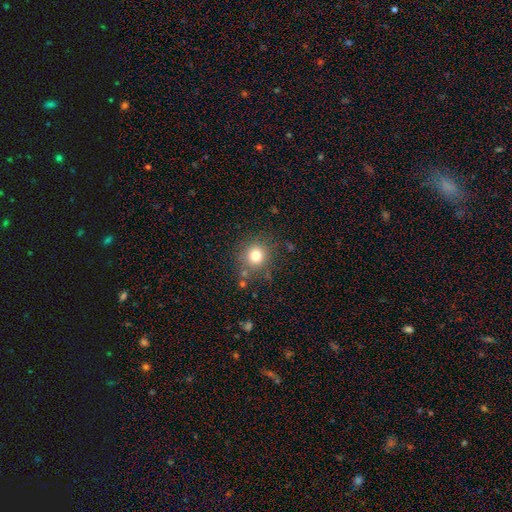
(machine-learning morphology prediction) Smooth or featured? Predicted: smooth (p=0.78). How rounded? Predicted: round (p=0.90). Merging? Predicted: none (p=0.81).